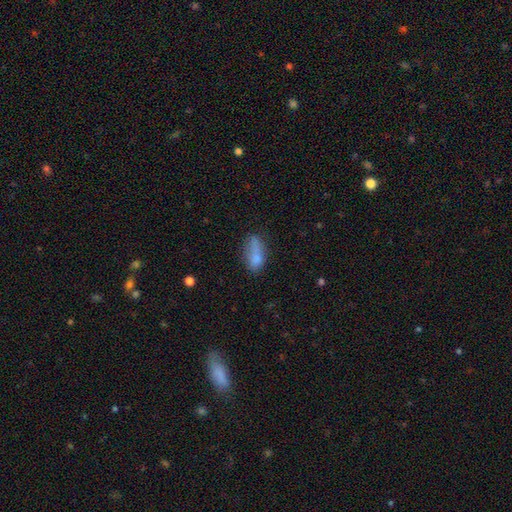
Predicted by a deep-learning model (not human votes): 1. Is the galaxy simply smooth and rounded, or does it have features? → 74% smooth, 16% featured or disk, 10% star or artifact.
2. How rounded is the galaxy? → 82% in between, 12% cigar-shaped, 6% round.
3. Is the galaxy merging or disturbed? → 42% none, 28% minor disturbance, 17% major disturbance, 14% merger.